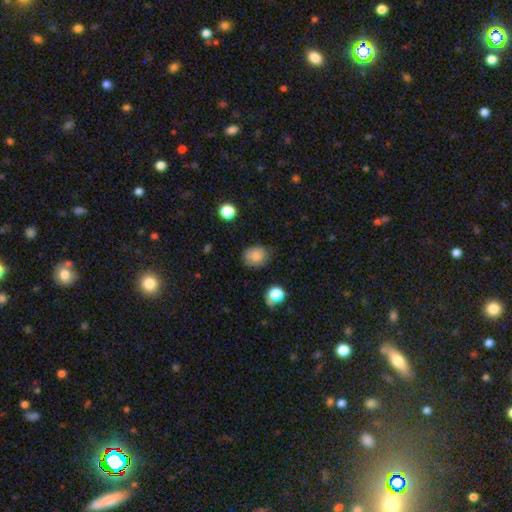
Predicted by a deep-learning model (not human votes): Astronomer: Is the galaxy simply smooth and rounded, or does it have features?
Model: smooth — 83%.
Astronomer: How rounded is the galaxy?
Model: round — 55% (runner-up: in between, 44%).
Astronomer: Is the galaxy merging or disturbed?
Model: none — 72%.